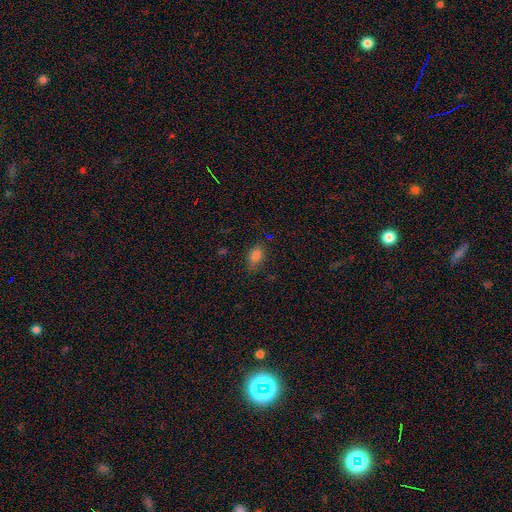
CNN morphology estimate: smooth 79%, star or artifact 14%, featured or disk 7%. Down the decision tree: how rounded — in between (80%); merging — none (77%).